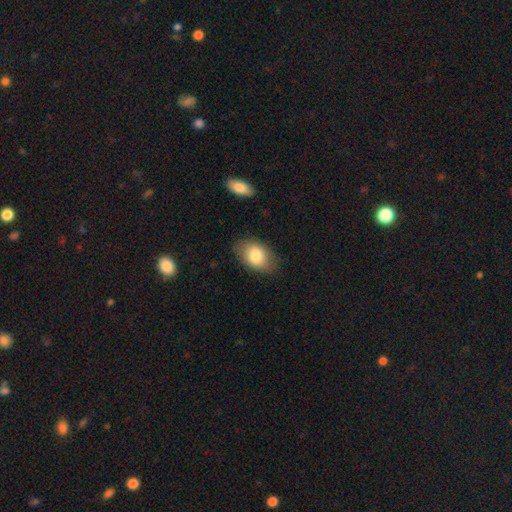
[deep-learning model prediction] smooth-or-featured: smooth: 80% | featured or disk: 13% | star or artifact: 7%
  how-rounded: in between: 87% | round: 11% | cigar-shaped: 1%
  merging: none: 81% | minor disturbance: 14% | major disturbance: 3% | merger: 1%